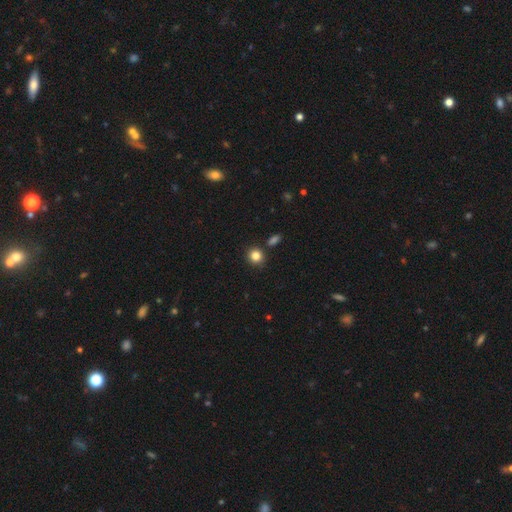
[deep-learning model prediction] Smooth or featured? Predicted: smooth (p=0.84). How rounded? Predicted: round (p=0.89). Merging? Predicted: none (p=0.84).